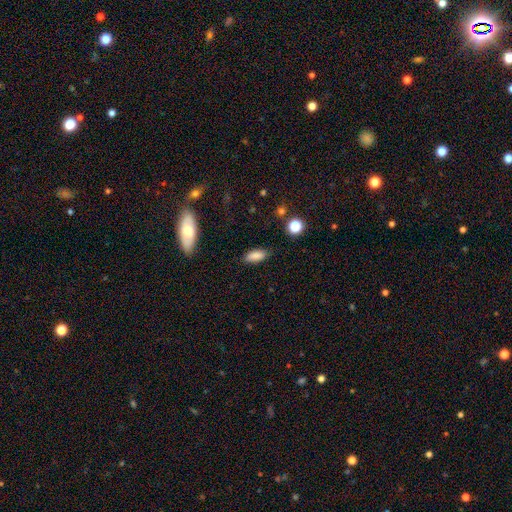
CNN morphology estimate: Smooth or featured? smooth (84%)
How rounded? in between (80%)
Merging? none (81%)